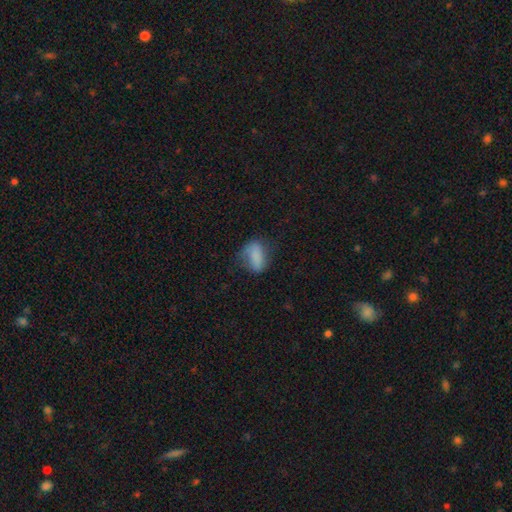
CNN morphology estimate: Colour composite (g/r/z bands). It shows a smooth galaxy with no disk features (72%) that is in between round and cigar-shaped (86%). Merging: none (53%).